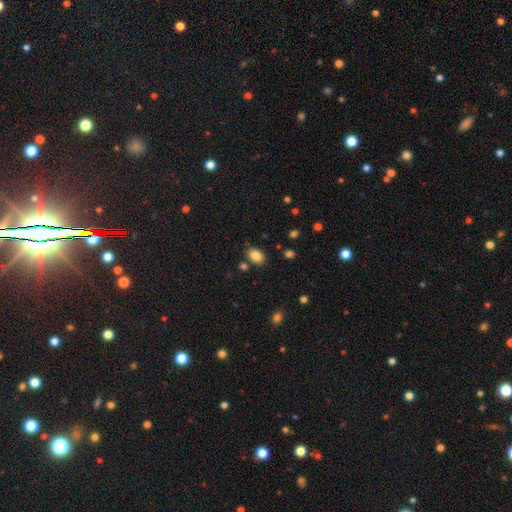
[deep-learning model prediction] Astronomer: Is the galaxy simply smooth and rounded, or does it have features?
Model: smooth — 86%.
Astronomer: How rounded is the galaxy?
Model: in between — 83%.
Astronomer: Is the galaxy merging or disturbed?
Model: none — 80%.